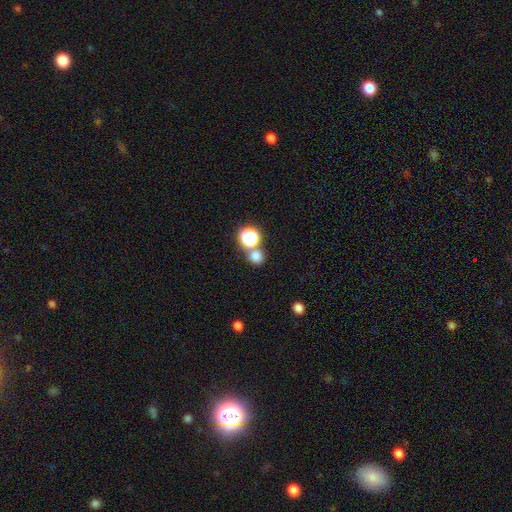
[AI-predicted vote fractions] The model was most divided on "merging": none: 63%, merger: 26%, minor disturbance: 8%, major disturbance: 3%. More confident: how rounded — round (80%); smooth or featured — smooth (73%).